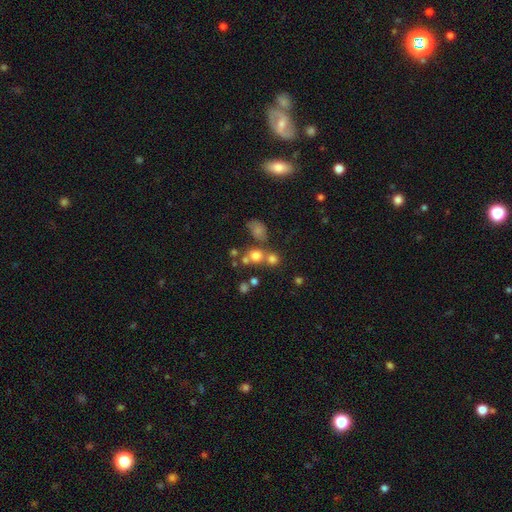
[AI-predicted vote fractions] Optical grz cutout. It shows a smooth galaxy with no disk features (68%) that is round (80%). Merging: none (47%).